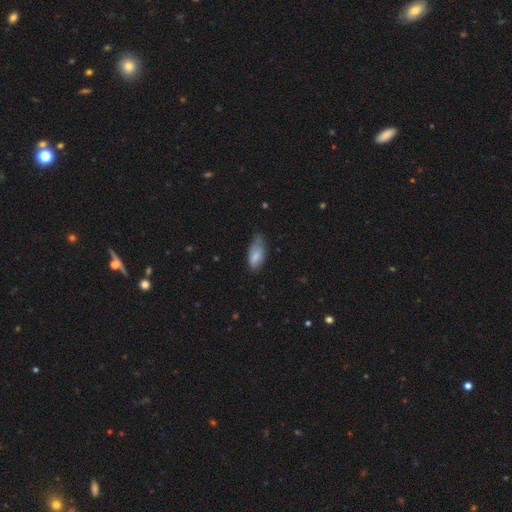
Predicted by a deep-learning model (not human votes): This appears to be a smooth galaxy with no disk features (83%) that is in between round and cigar-shaped (88%). Merging: minor disturbance (45%).